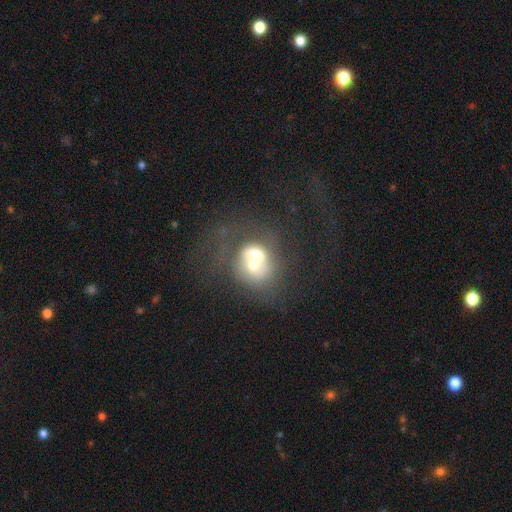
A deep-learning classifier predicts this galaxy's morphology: Q: Smooth or featured?
A: smooth (48%); runner-up: featured or disk (40%)
Q: Merging?
A: merger (69%); runner-up: none (16%)